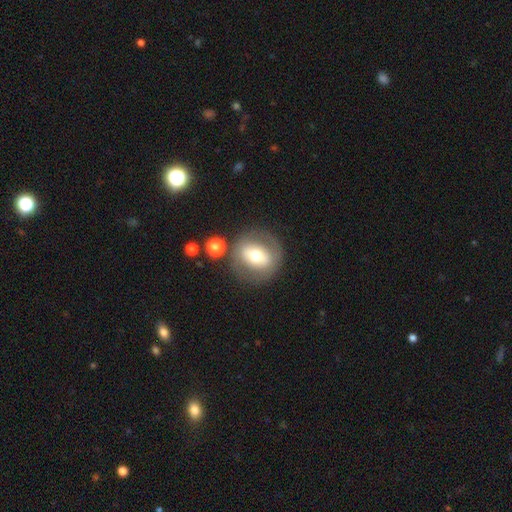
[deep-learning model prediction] smooth 51%, featured or disk 41%, star or artifact 8%. Down the decision tree: how rounded — round (76%); merging — none (77%).